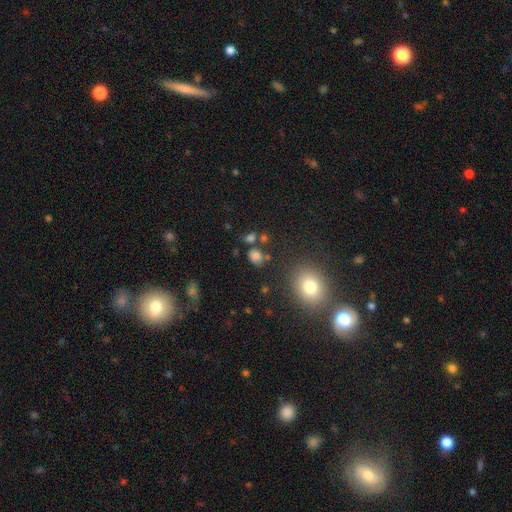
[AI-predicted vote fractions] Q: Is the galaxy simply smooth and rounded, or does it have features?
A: smooth — 77%.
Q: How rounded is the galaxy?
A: round — 53%.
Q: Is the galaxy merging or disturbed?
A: none — 70%.